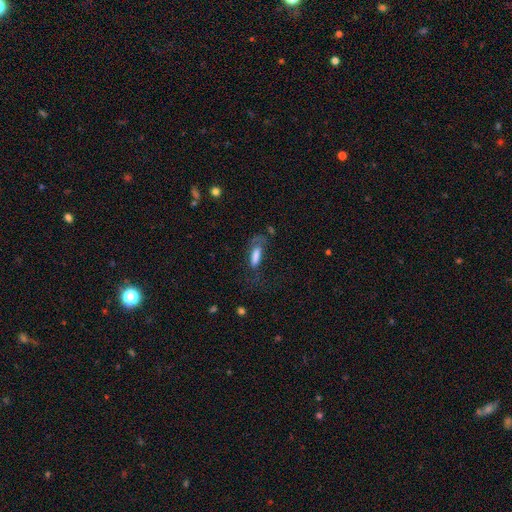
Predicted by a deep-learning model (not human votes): Morphology: type=smooth (72%); roundness=in between (58%); merging=none (39%).